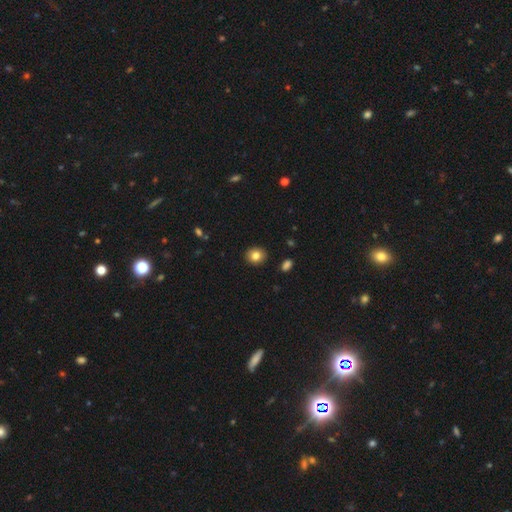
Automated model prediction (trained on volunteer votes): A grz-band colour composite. It shows a smooth galaxy with no disk features (83%) that is round (72%). Merging: none (91%).